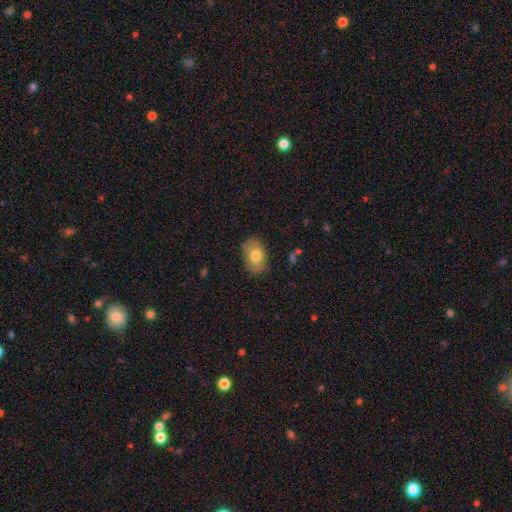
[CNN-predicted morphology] smooth 77%, featured or disk 16%, star or artifact 7%. Down the decision tree: how rounded — in between (86%); merging — none (82%).